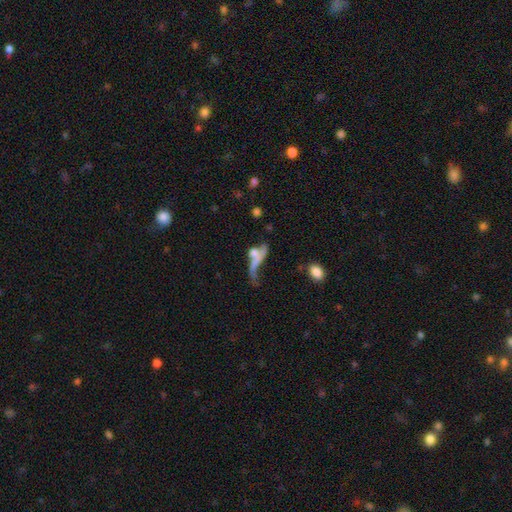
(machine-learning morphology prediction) Overall: featured or disk (46%; smooth 41%). Merging: merger (35%; major disturbance 32%).